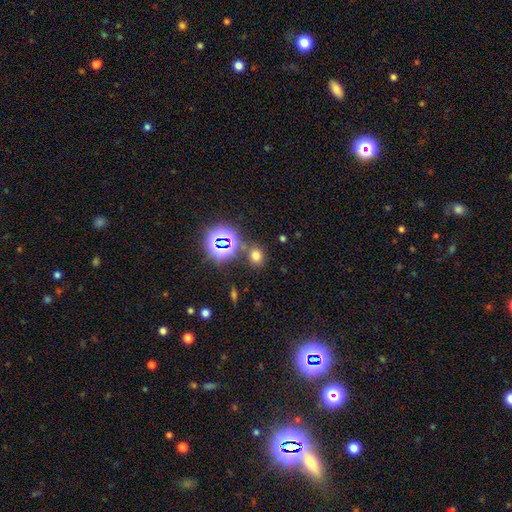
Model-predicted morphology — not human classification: A smooth galaxy with no disk features (65%) that is round (68%). Merging: none (77%).